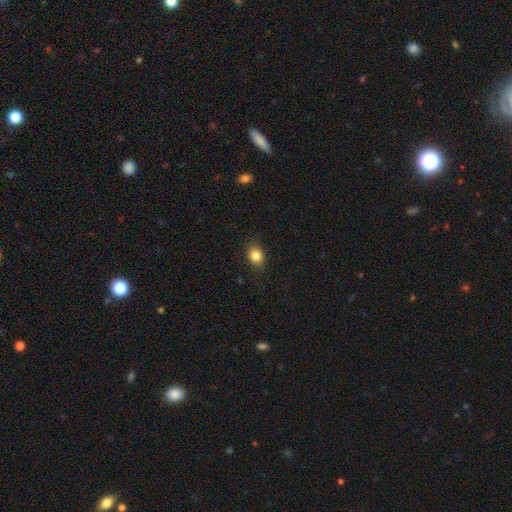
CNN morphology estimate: The model was most divided on "how rounded": round: 51%, in between: 48%, cigar-shaped: 1%. More confident: smooth or featured — smooth (85%); merging — none (83%).